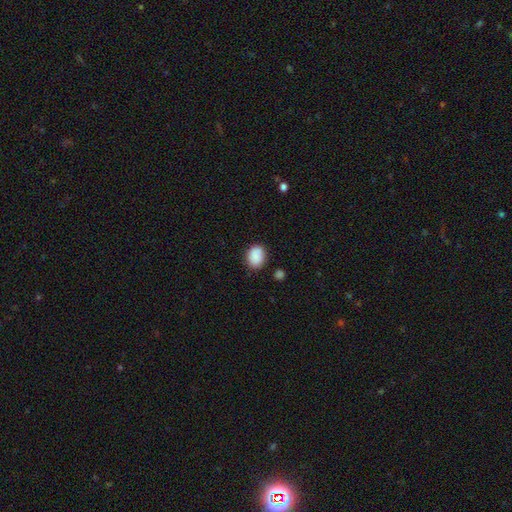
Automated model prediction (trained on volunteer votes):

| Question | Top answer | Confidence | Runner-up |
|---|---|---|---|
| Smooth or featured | smooth | 89% | star or artifact (8%) |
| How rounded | in between | 62% | round (37%) |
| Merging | none | 78% | minor disturbance (15%) |